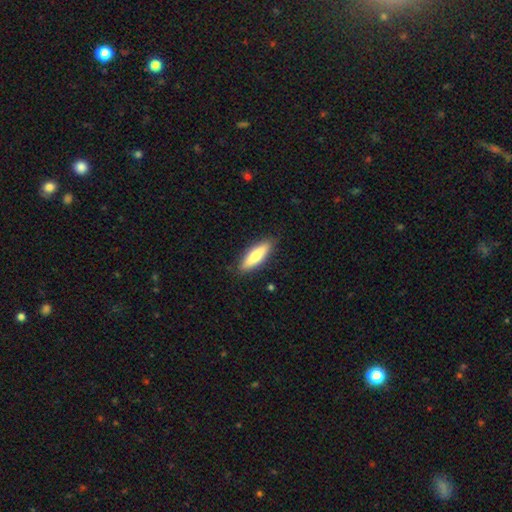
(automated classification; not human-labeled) Morphology: type=smooth (69%); roundness=cigar-shaped (65%); merging=none (87%).